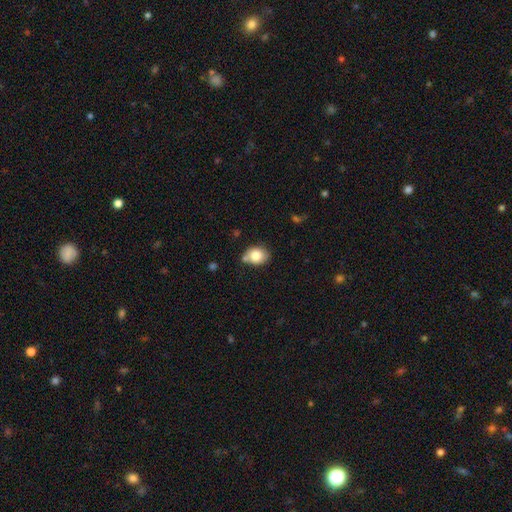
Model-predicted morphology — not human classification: Overall: smooth (82%). How rounded: in between (51%; round 48%). Merging: none (65%).